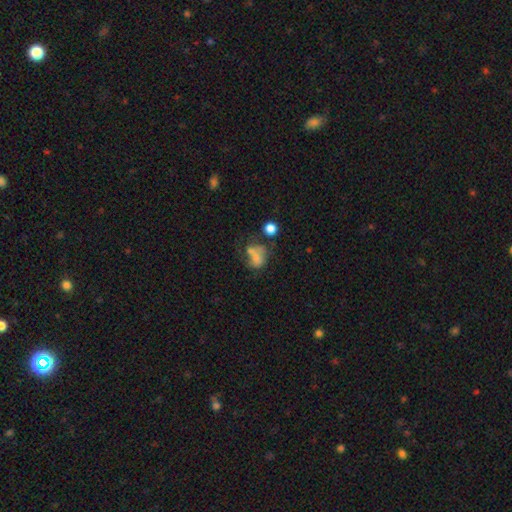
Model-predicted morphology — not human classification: This appears to be a smooth galaxy with no disk features (56%) that is in between round and cigar-shaped (59%). Merging: merger (33%).